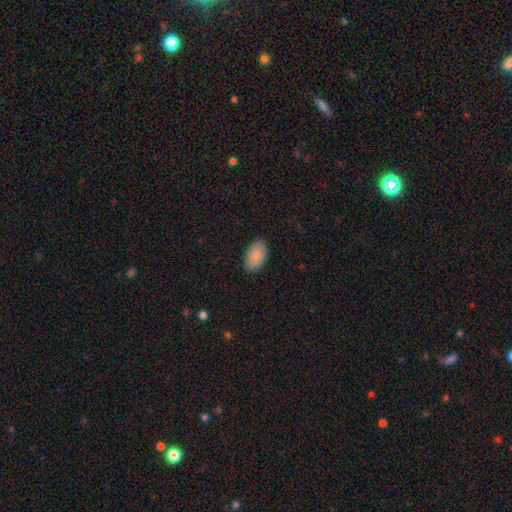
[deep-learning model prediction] Morphology: type=smooth (89%); roundness=in between (93%); merging=none (88%).